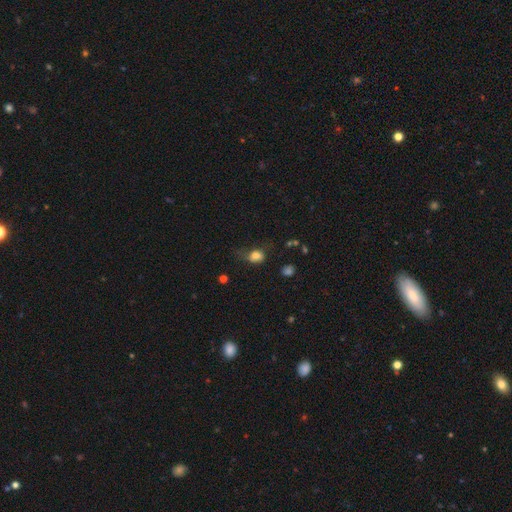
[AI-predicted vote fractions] The model was most divided on "merging": none: 37%, minor disturbance: 32%, major disturbance: 28%, merger: 3%. More confident: smooth or featured — smooth (79%); how rounded — in between (57%).